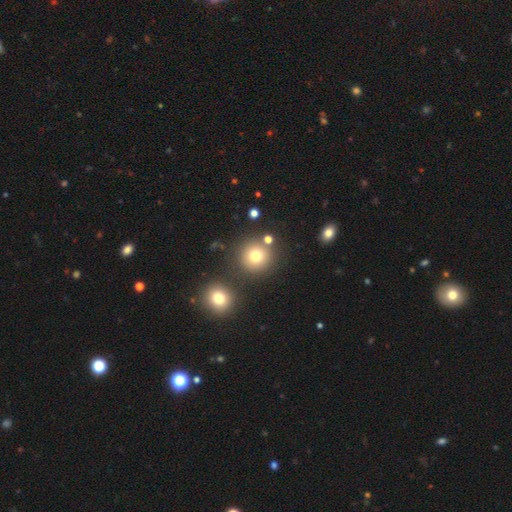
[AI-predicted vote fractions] A smooth galaxy with no disk features (76%) that is round (93%). Merging: none (79%).